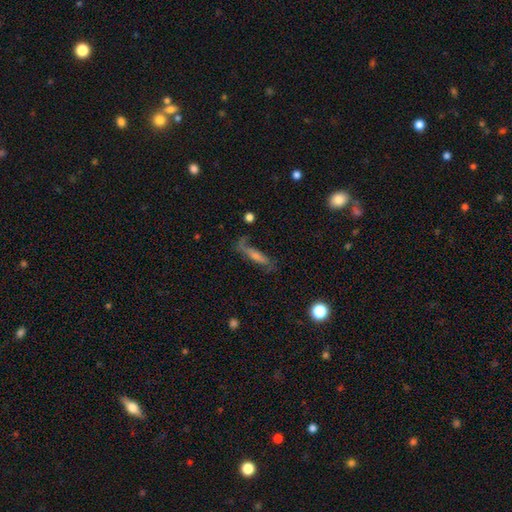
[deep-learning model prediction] Smooth or featured? featured or disk (52%)
Edge-on disk? yes (55%)
Merging? none (58%)